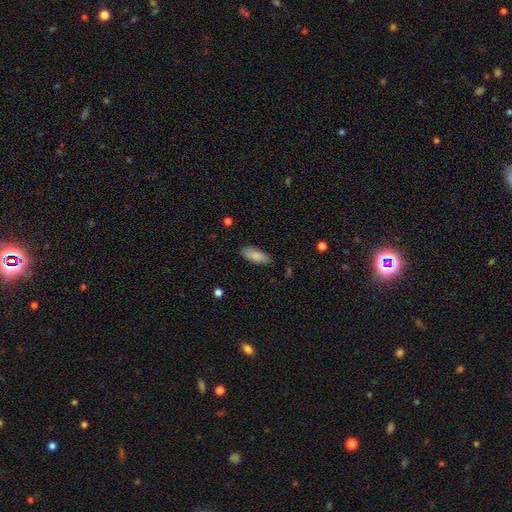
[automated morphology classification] smooth 83%, featured or disk 11%, star or artifact 6%. Down the decision tree: how rounded — in between (83%); merging — none (78%).